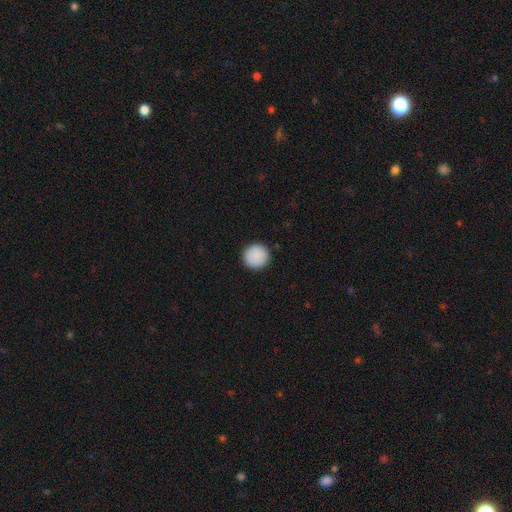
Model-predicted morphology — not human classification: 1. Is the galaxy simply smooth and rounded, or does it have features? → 90% smooth, 7% star or artifact, 3% featured or disk.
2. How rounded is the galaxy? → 95% round, 4% in between, 1% cigar-shaped.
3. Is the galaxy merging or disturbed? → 93% none, 5% minor disturbance, 2% major disturbance, 1% merger.